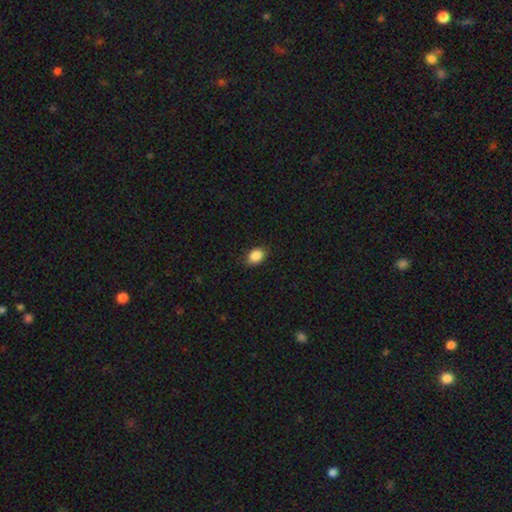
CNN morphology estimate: Overall: smooth (89%). How rounded: in between (75%). Merging: none (85%).